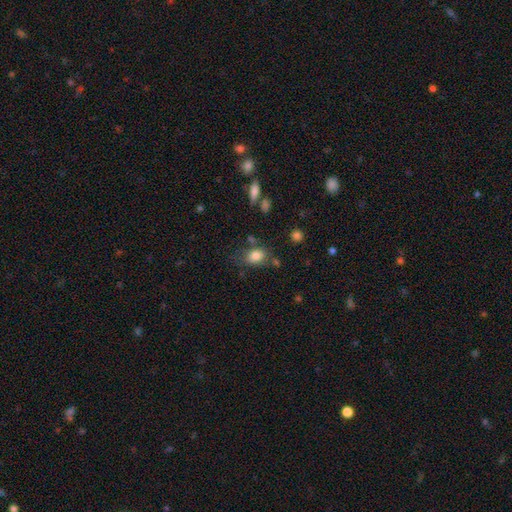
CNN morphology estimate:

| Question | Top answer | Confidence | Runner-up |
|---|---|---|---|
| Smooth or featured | smooth | 83% | star or artifact (10%) |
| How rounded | in between | 74% | round (24%) |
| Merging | none | 64% | minor disturbance (20%) |